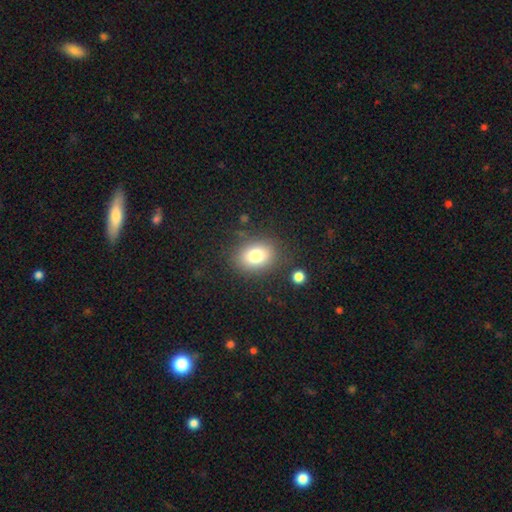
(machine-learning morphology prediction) Smooth or featured? Predicted: smooth (p=0.78). How rounded? Predicted: in between (p=0.59). Merging? Predicted: none (p=0.81).